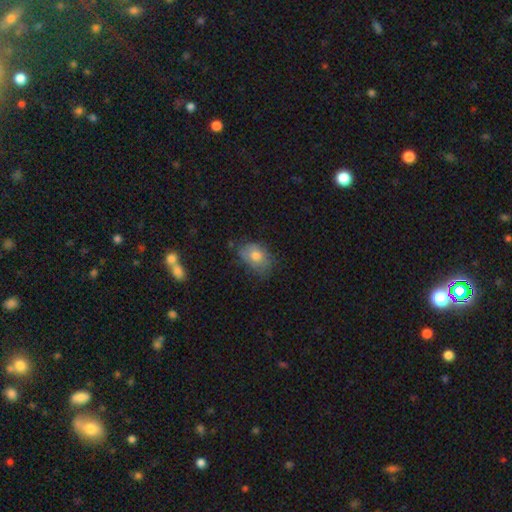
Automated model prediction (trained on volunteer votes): smooth_or_featured: smooth (p=0.75) [alt: featured or disk p=0.16]
how_rounded: in between (p=0.77) [alt: round p=0.22]
merging: none (p=0.56) [alt: minor disturbance p=0.32]